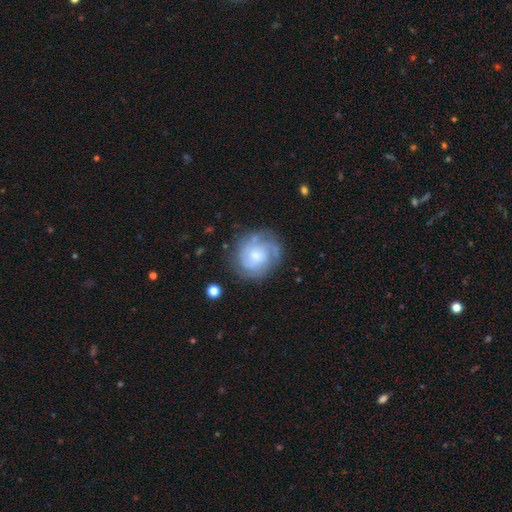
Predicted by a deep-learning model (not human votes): Morphology: type=featured or disk (69%); edge-on=no (98%); bar=no (69%); spiral arms=yes (90%); winding=tight (55%); arm count=can't tell (34%); bulge=small (44%); merging=none (70%).